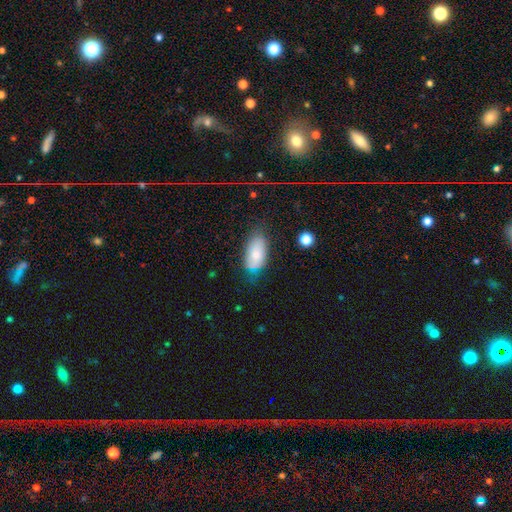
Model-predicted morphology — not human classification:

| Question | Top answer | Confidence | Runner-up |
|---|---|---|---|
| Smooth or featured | smooth | 74% | featured or disk (19%) |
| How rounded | in between | 93% | round (4%) |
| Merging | none | 63% | minor disturbance (27%) |